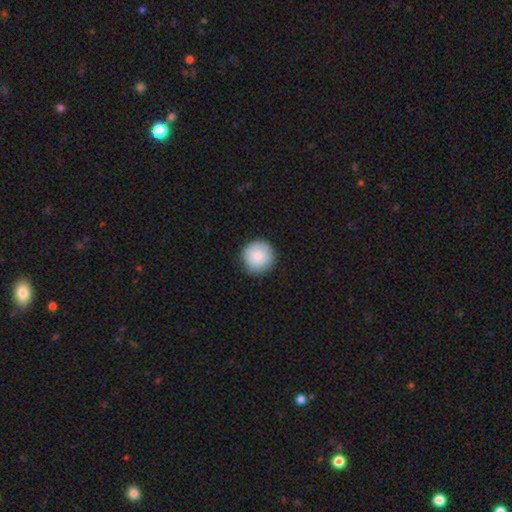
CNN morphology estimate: A smooth galaxy with no disk features (88%) that is round (96%). Merging: none (90%).